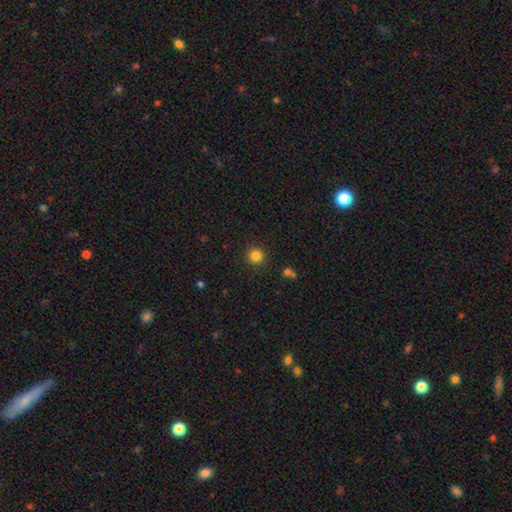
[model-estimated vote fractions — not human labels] Q: Smooth or featured?
A: smooth (83%); runner-up: star or artifact (13%)
Q: How rounded?
A: round (94%); runner-up: in between (5%)
Q: Merging?
A: none (90%); runner-up: minor disturbance (6%)